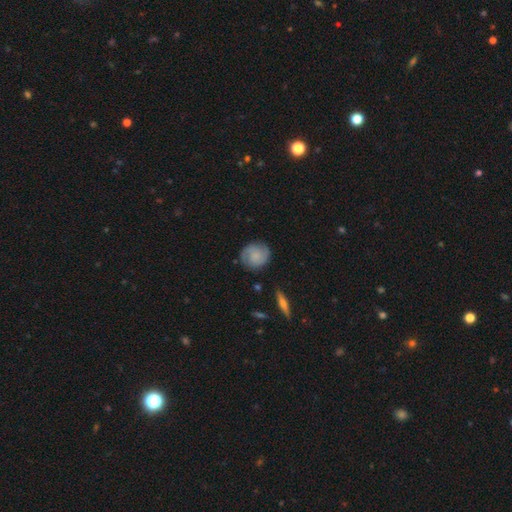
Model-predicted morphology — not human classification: Q: Smooth or featured?
A: featured or disk (52%); runner-up: smooth (41%)
Q: Edge-on disk?
A: no (97%); runner-up: yes (3%)
Q: Bar?
A: no (69%); runner-up: weak (27%)
Q: Spiral arms?
A: yes (92%); runner-up: no (8%)
Q: Bulge size?
A: none (41%); runner-up: small (34%)
Q: Merging?
A: none (81%); runner-up: minor disturbance (14%)